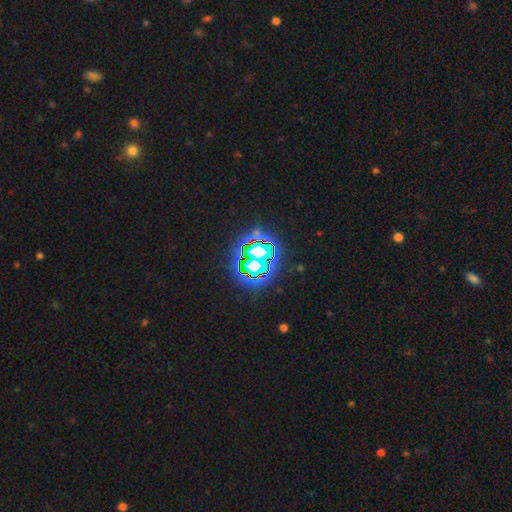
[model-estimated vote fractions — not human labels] Morphology: type=star or artifact (71%).